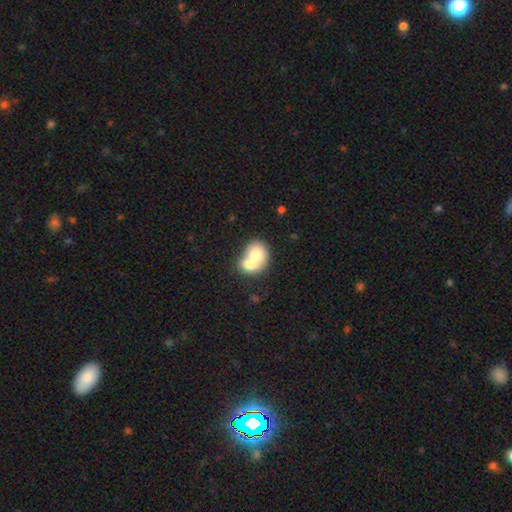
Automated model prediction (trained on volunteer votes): smooth_or_featured: smooth (p=0.72) [alt: featured or disk p=0.21]
how_rounded: round (p=0.51) [alt: in between p=0.48]
merging: merger (p=0.72) [alt: none p=0.19]